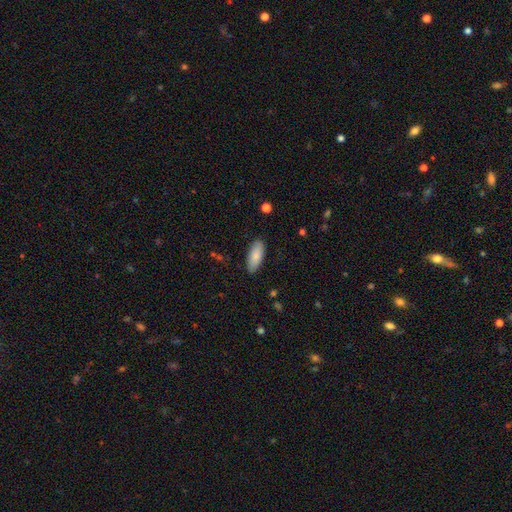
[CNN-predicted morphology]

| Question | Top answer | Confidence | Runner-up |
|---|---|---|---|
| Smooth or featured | smooth | 84% | featured or disk (10%) |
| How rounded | in between | 82% | cigar-shaped (16%) |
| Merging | none | 87% | minor disturbance (10%) |